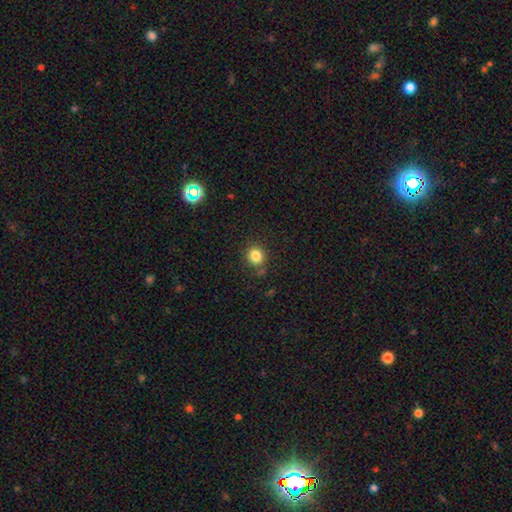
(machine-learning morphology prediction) Smooth or featured? Predicted: smooth (p=0.82). How rounded? Predicted: round (p=0.85). Merging? Predicted: none (p=0.80).